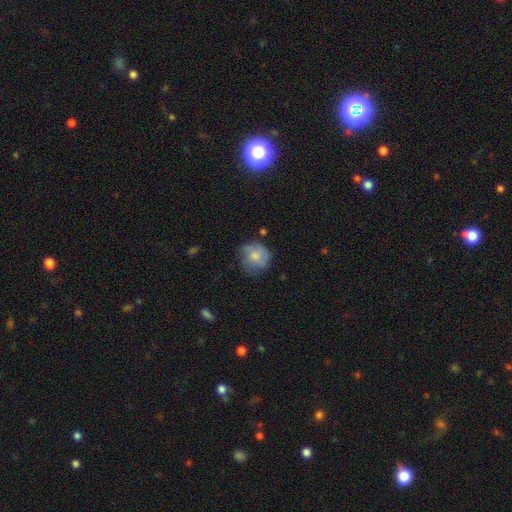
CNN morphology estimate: Overall: smooth (71%). How rounded: round (85%). Merging: none (61%; minor disturbance 27%).